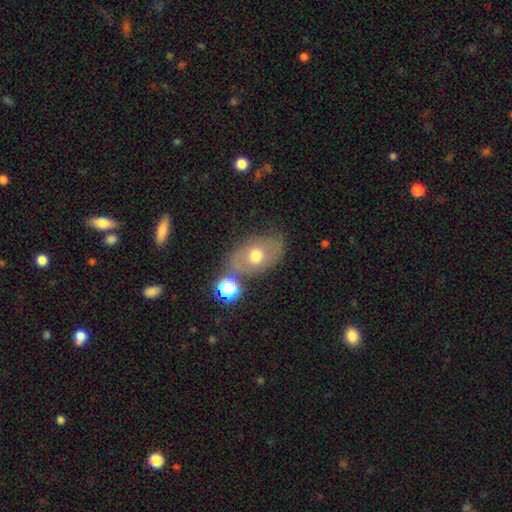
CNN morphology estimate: This is possibly a smooth galaxy (57%). How rounded: likely in between (76%). Merging: likely none (66%).